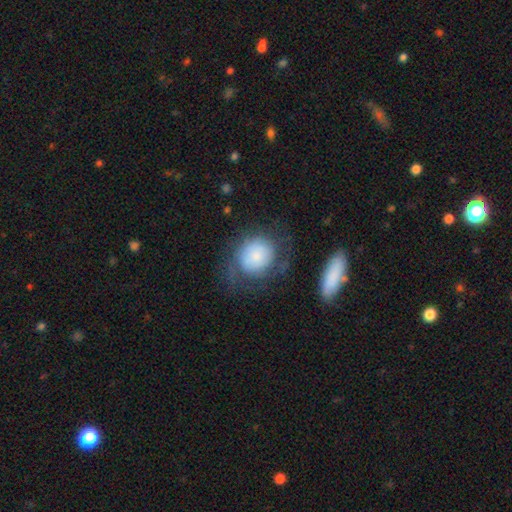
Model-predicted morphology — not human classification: A smooth galaxy with no disk features (64%) that is round (73%).

Vote fractions:
- Smooth or featured? smooth: 64% / featured or disk: 28% / star or artifact: 8%
- How rounded? round: 73% / in between: 26% / cigar-shaped: 1%
- Merging? none: 52% / minor disturbance: 23% / major disturbance: 22% / merger: 4%